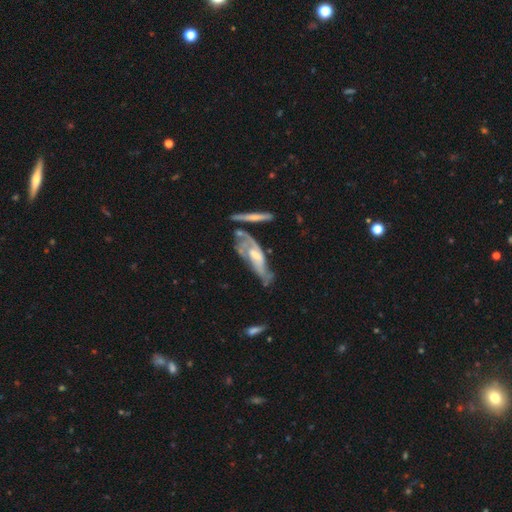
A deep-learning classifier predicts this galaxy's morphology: type=featured or disk (74%); edge-on=no (77%); bar=no (49%); spiral arms=yes (82%); bulge=moderate (49%); merging=none (39%).